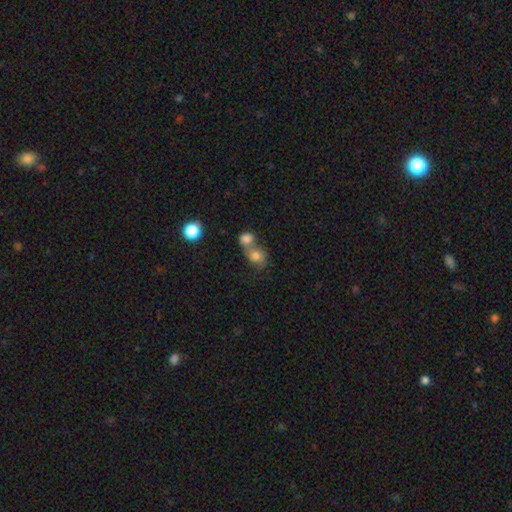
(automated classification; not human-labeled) smooth_or_featured: smooth (p=0.75) [alt: featured or disk p=0.14]
how_rounded: round (p=0.63) [alt: in between p=0.36]
merging: merger (p=0.64) [alt: none p=0.24]